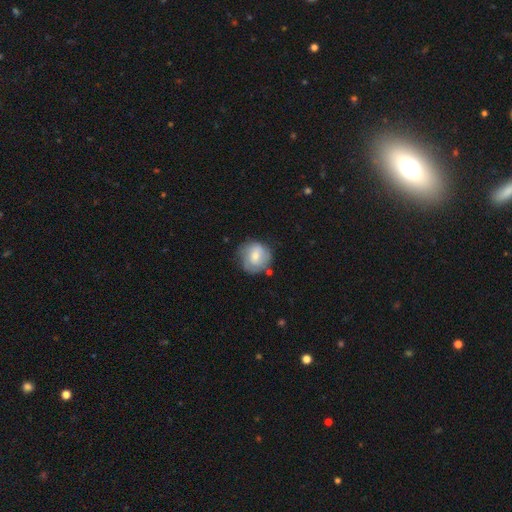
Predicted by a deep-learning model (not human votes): Smooth or featured: smooth — 54% (featured or disk — 39%)
How rounded: round — 88% (in between — 11%)
Merging: none — 66% (minor disturbance — 23%)